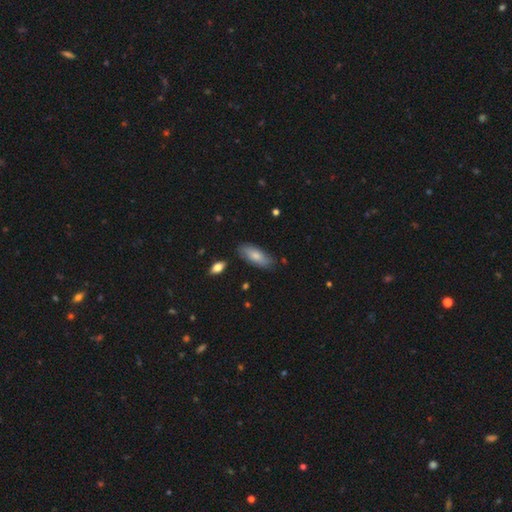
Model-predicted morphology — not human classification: Smooth or featured? Predicted: smooth (p=0.77). How rounded? Predicted: in between (p=0.79). Merging? Predicted: none (p=0.80).